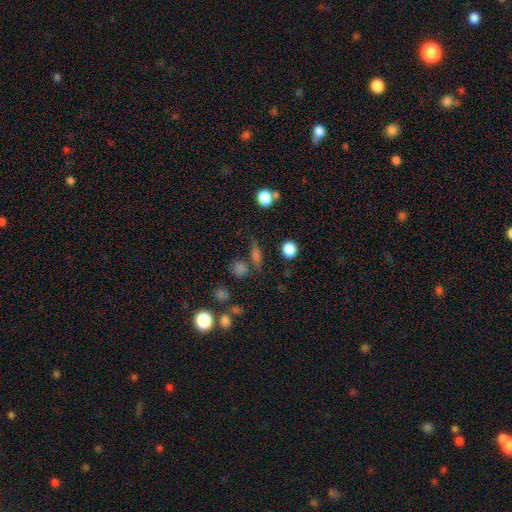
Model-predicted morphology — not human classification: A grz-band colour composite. It shows a smooth galaxy with no disk features (54%) that is round (41%). Merging: none (68%).